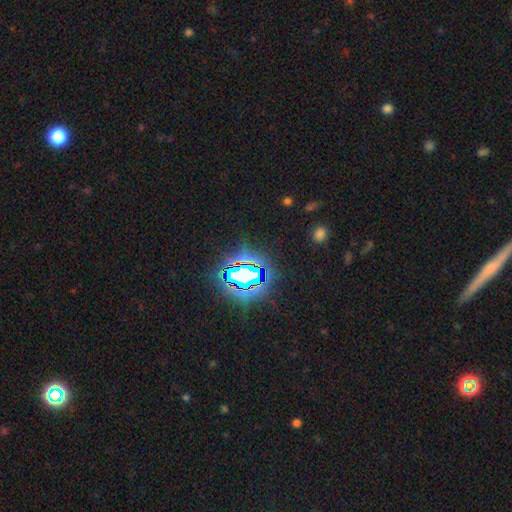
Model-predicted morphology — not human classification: type=star or artifact (82%).